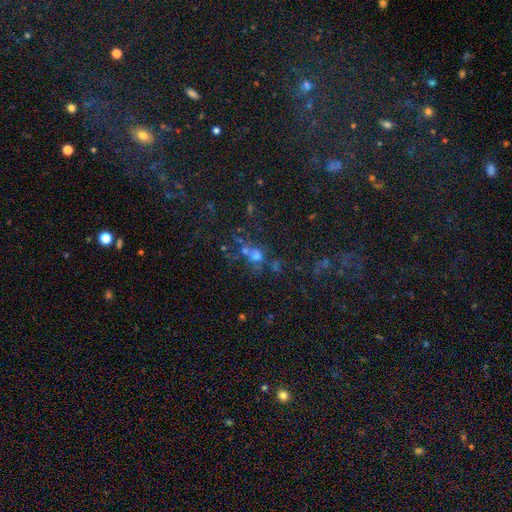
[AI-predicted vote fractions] A smooth galaxy with no disk features (48%). Merging: none (46%).